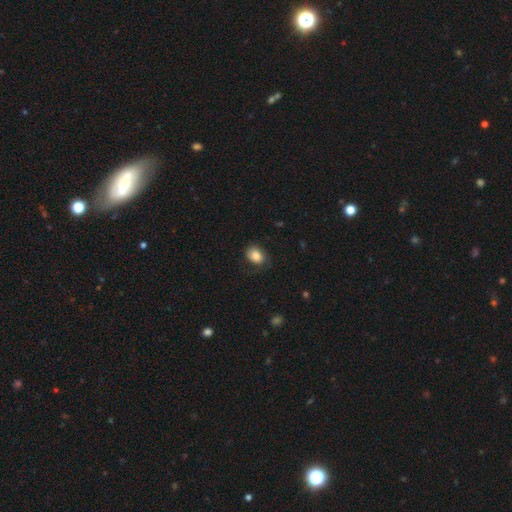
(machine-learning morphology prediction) A smooth galaxy with no disk features (84%) that is in between round and cigar-shaped (59%).

Vote fractions:
- Smooth or featured? smooth: 84% / star or artifact: 9% / featured or disk: 7%
- How rounded? in between: 59% / round: 40% / cigar-shaped: 1%
- Merging? none: 73% / minor disturbance: 19% / major disturbance: 7% / merger: 1%